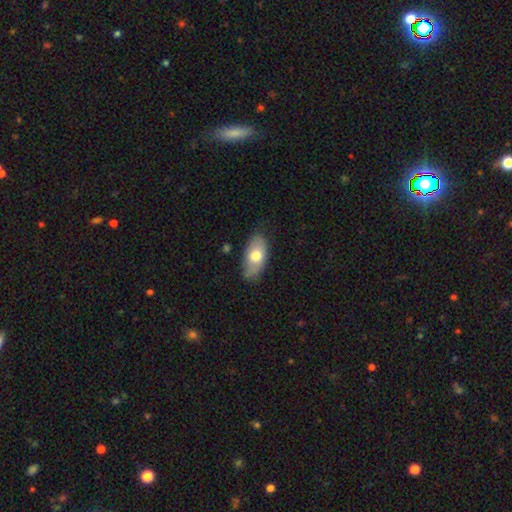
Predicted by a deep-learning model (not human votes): smooth 70%, featured or disk 24%, star or artifact 6%. Down the decision tree: how rounded — in between (92%); merging — none (76%).